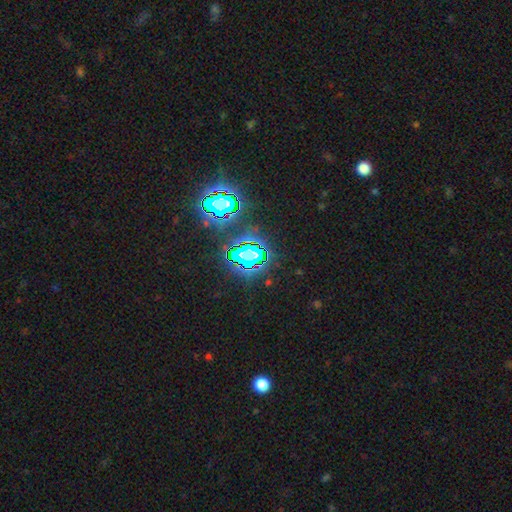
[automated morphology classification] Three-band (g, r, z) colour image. It shows a star or artifact, not a galaxy (80%).